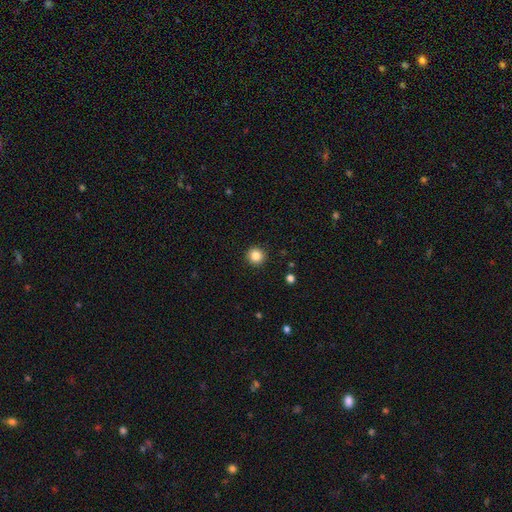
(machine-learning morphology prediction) Q: Smooth or featured?
A: smooth (85%); runner-up: star or artifact (11%)
Q: How rounded?
A: round (95%); runner-up: in between (4%)
Q: Merging?
A: none (93%); runner-up: minor disturbance (4%)